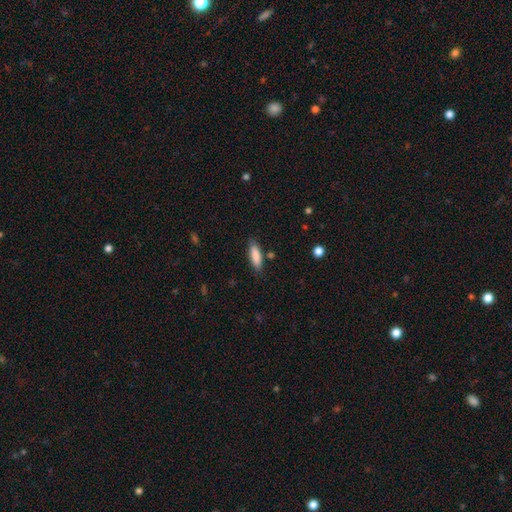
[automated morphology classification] Smooth or featured: smooth — 87% (featured or disk — 7%)
How rounded: in between — 53% (cigar-shaped — 46%)
Merging: none — 83% (minor disturbance — 12%)